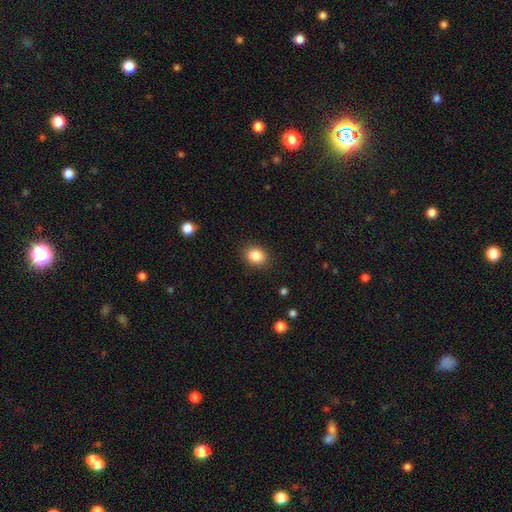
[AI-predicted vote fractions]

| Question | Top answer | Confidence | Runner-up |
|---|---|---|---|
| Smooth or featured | smooth | 86% | star or artifact (10%) |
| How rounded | round | 51% | in between (48%) |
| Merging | none | 87% | minor disturbance (9%) |